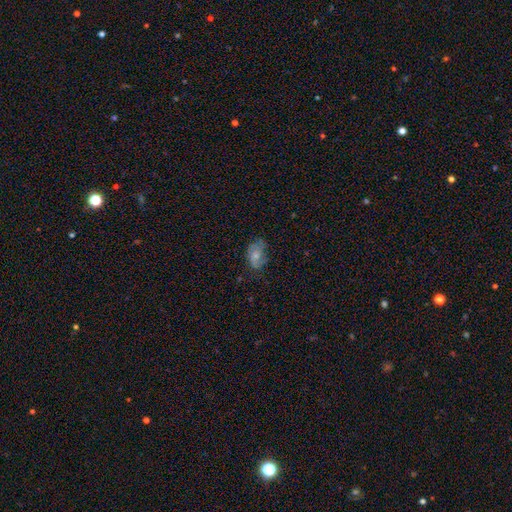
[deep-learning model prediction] Smooth or featured: smooth — 56% (featured or disk — 36%)
How rounded: in between — 84% (round — 14%)
Merging: none — 50% (minor disturbance — 32%)